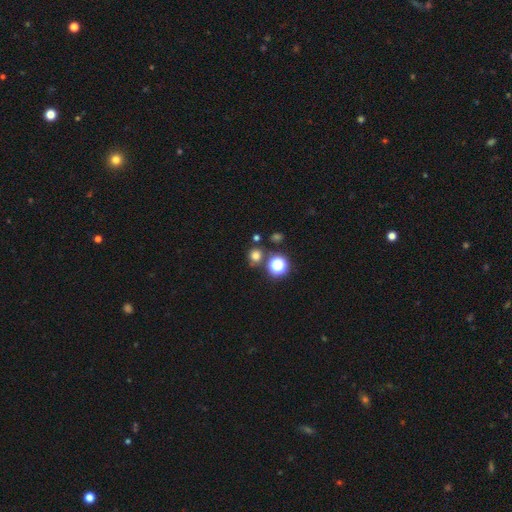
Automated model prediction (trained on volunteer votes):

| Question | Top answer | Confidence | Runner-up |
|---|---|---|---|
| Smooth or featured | smooth | 71% | star or artifact (23%) |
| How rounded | round | 86% | in between (13%) |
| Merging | none | 76% | merger (11%) |